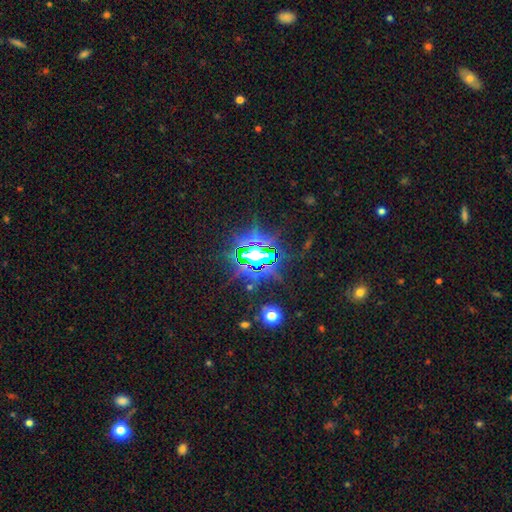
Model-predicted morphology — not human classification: smooth-or-featured: star or artifact: 80% | featured or disk: 10% | smooth: 10%